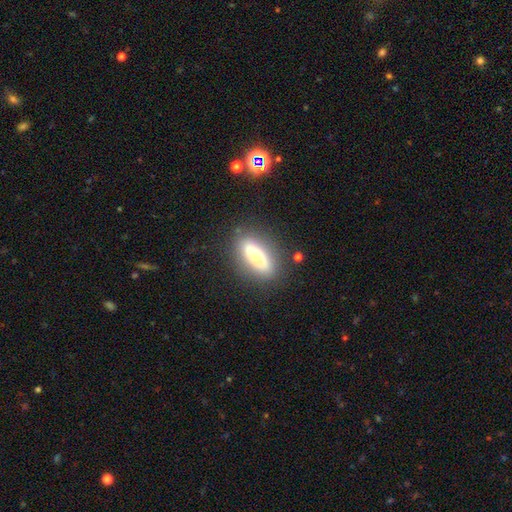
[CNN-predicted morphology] This is possibly a smooth galaxy (52%). How rounded: likely in between (77%). Merging: likely none (78%).